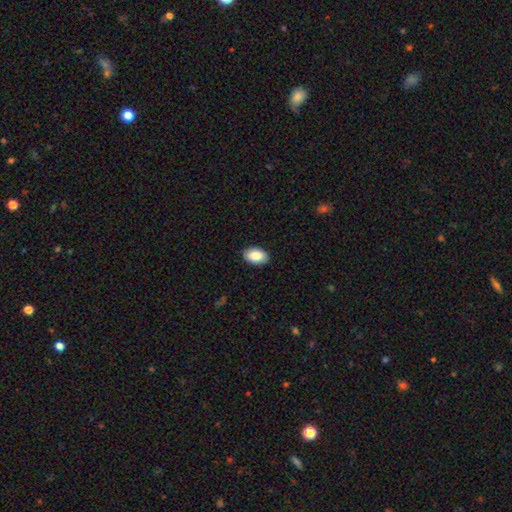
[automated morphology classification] Q: Smooth or featured?
A: smooth (88%); runner-up: star or artifact (6%)
Q: How rounded?
A: in between (92%); runner-up: round (7%)
Q: Merging?
A: none (90%); runner-up: minor disturbance (8%)